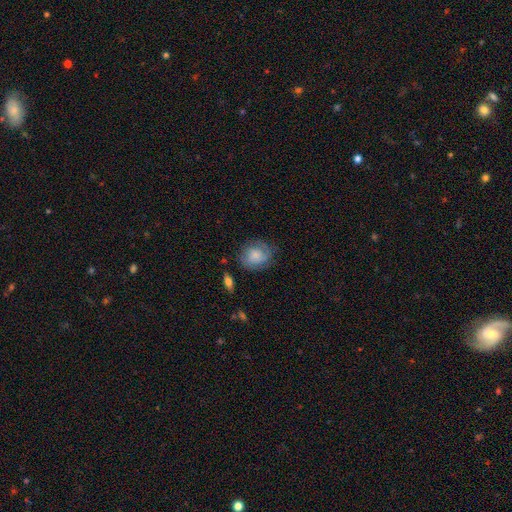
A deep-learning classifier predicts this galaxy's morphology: Smooth or featured?
  - smooth: 53% *
  - featured or disk: 39%
  - star or artifact: 8%
How rounded?
  - round: 64% *
  - in between: 35%
  - cigar-shaped: 1%
Merging?
  - none: 70% *
  - minor disturbance: 20%
  - major disturbance: 8%
  - merger: 2%